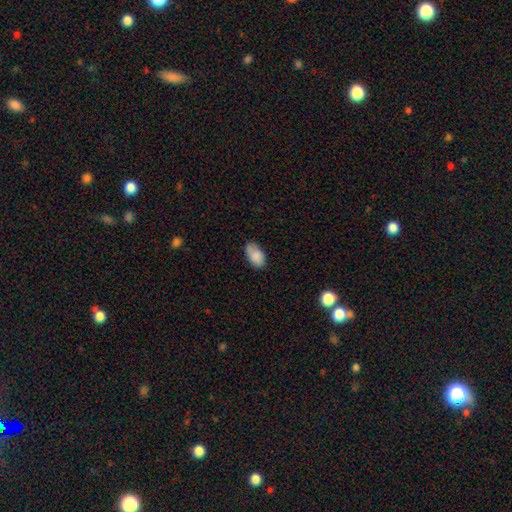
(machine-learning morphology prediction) smooth_or_featured: smooth (p=0.86) [alt: star or artifact p=0.07]
how_rounded: in between (p=0.93) [alt: round p=0.05]
merging: none (p=0.71) [alt: minor disturbance p=0.23]